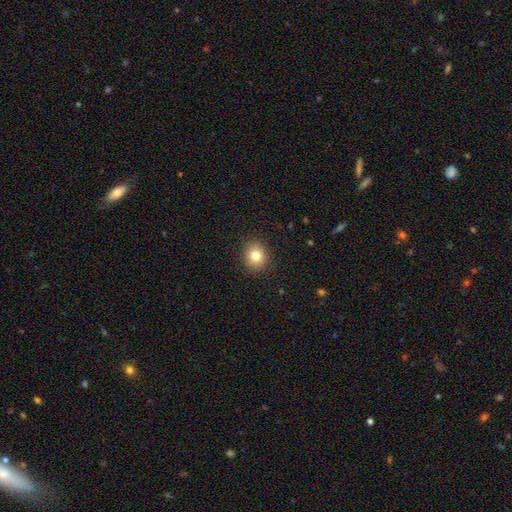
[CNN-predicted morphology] Smooth or featured? smooth (81%)
How rounded? round (75%)
Merging? none (89%)